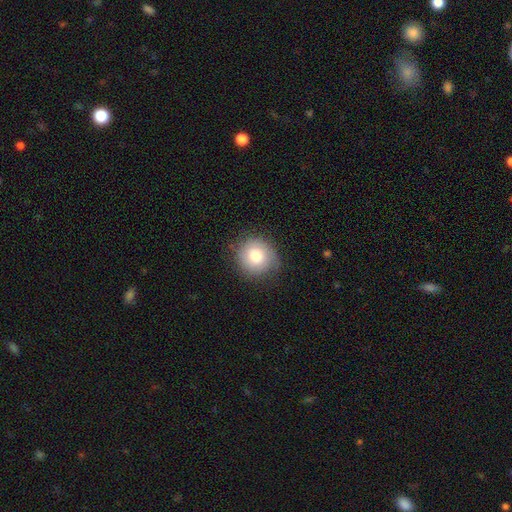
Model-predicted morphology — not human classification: smooth_or_featured: smooth (p=0.76) [alt: featured or disk p=0.16]
how_rounded: round (p=0.90) [alt: in between p=0.10]
merging: none (p=0.76) [alt: minor disturbance p=0.18]